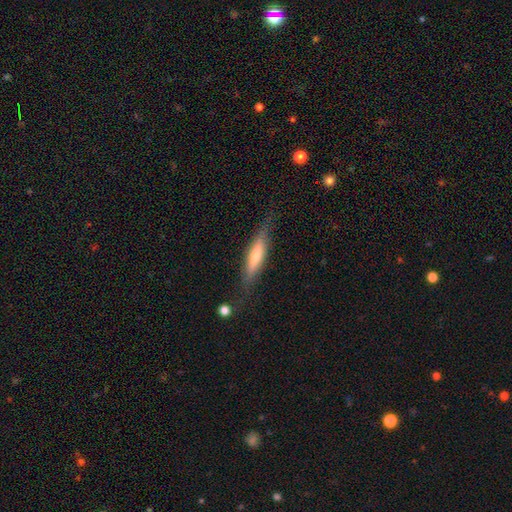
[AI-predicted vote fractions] Smooth or featured?
  - featured or disk: 50% *
  - smooth: 43%
  - star or artifact: 7%
Merging?
  - none: 78% *
  - minor disturbance: 16%
  - major disturbance: 4%
  - merger: 2%